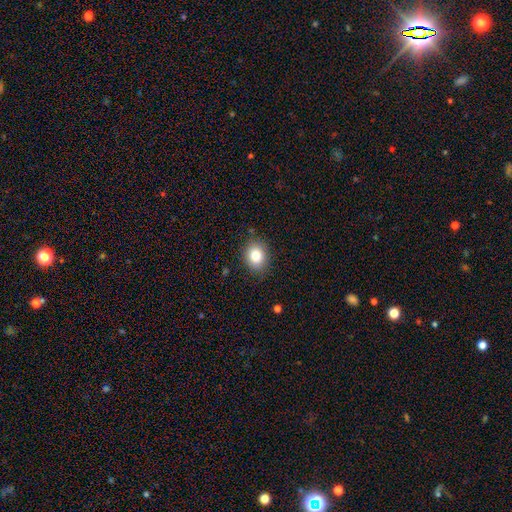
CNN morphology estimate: This appears to be a smooth galaxy with no disk features (83%) that is round (53%). Merging: none (84%).